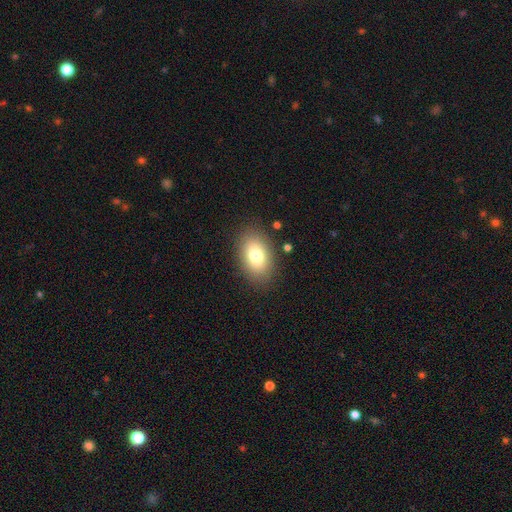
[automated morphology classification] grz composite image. It shows a smooth galaxy with no disk features (78%) that is in between round and cigar-shaped (86%). Merging: none (86%).